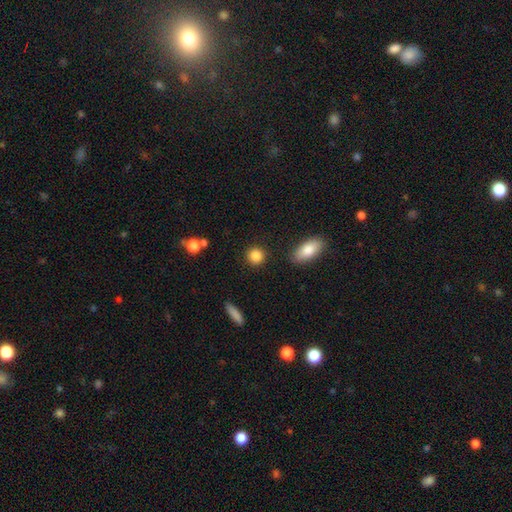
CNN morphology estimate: smooth_or_featured: smooth (p=0.87) [alt: star or artifact p=0.09]
how_rounded: round (p=0.87) [alt: in between p=0.11]
merging: none (p=0.88) [alt: minor disturbance p=0.07]